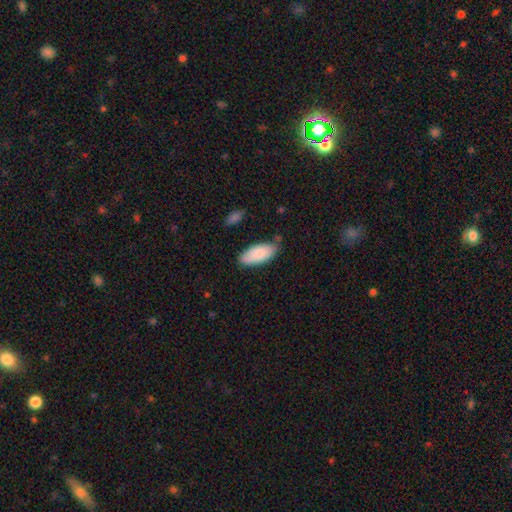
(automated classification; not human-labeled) A smooth galaxy with no disk features (86%) that is in between round and cigar-shaped (87%). Merging: none (76%).